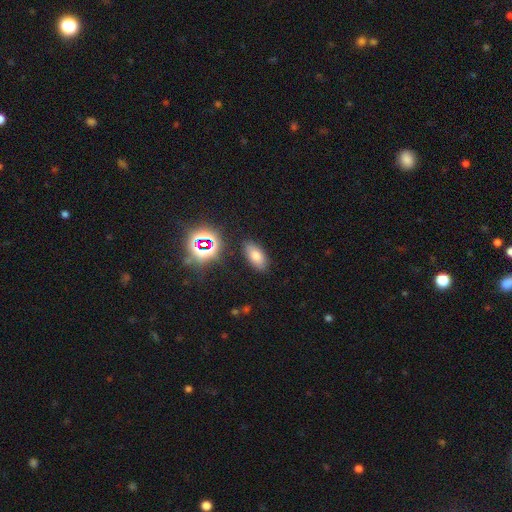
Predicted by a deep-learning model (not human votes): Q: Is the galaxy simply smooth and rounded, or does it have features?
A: smooth — 71%.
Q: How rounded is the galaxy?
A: in between — 89%.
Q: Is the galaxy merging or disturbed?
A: none — 84%.